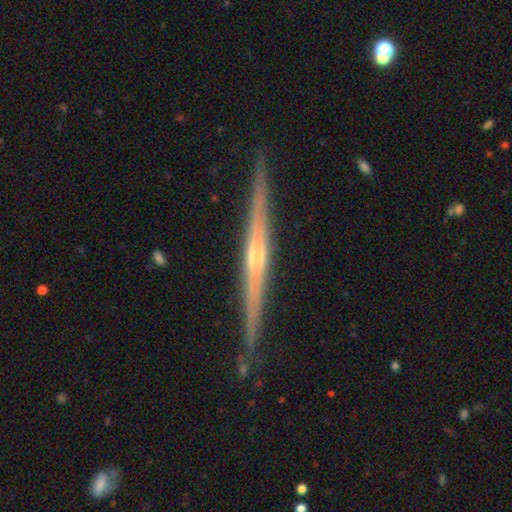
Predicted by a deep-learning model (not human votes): Smooth or featured: featured or disk — 84% (smooth — 11%)
Edge-on disk: yes — 98% (no — 2%)
Edge-on bulge: rounded — 71% (none — 21%)
Merging: none — 89% (minor disturbance — 8%)